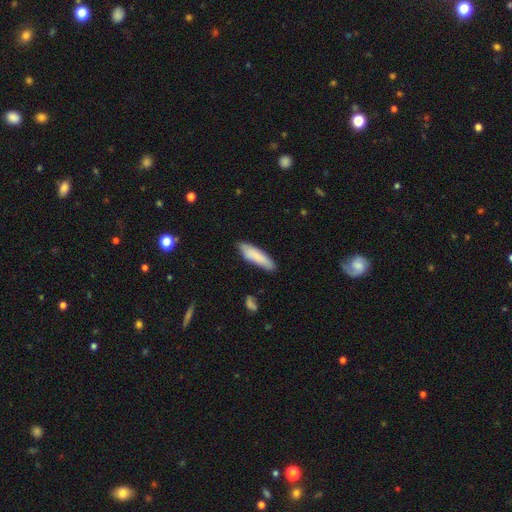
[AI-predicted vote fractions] Smooth or featured: smooth — 82% (featured or disk — 12%)
How rounded: cigar-shaped — 65% (in between — 34%)
Merging: none — 79% (minor disturbance — 16%)